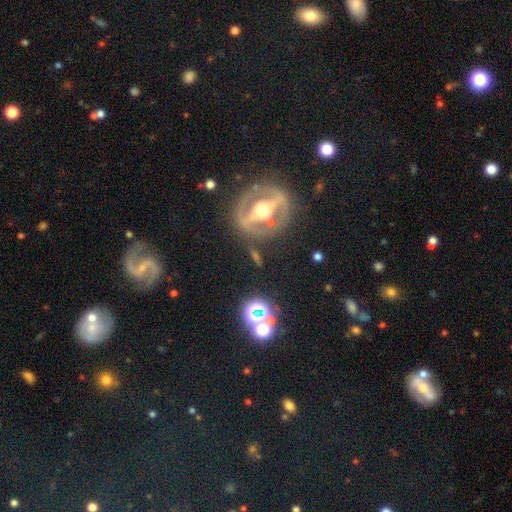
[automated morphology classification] Smooth or featured? Predicted: featured or disk (p=0.78). Edge-on disk? Predicted: no (p=0.82). Bar? Predicted: strong (p=0.72). Spiral arms? Predicted: no (p=0.54). Bulge size? Predicted: moderate (p=0.70). Merging? Predicted: none (p=0.75).